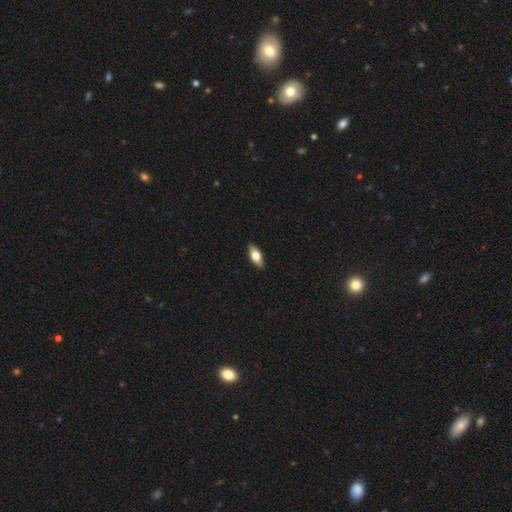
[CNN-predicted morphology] This is likely a smooth galaxy (63%). How rounded: likely in between (79%). Merging: clearly none (89%).